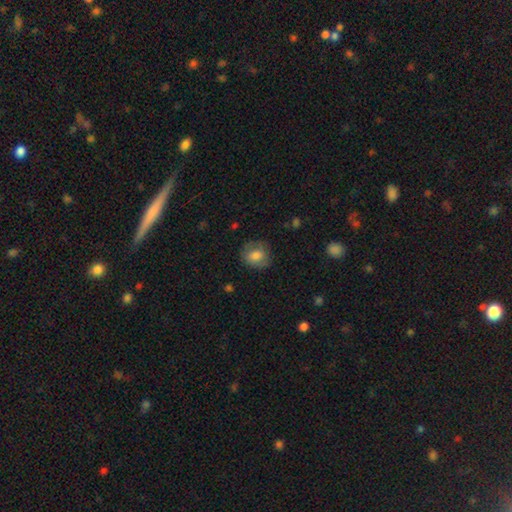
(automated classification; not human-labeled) Smooth or featured: smooth — 75% (featured or disk — 17%)
How rounded: round — 66% (in between — 33%)
Merging: none — 75% (minor disturbance — 17%)